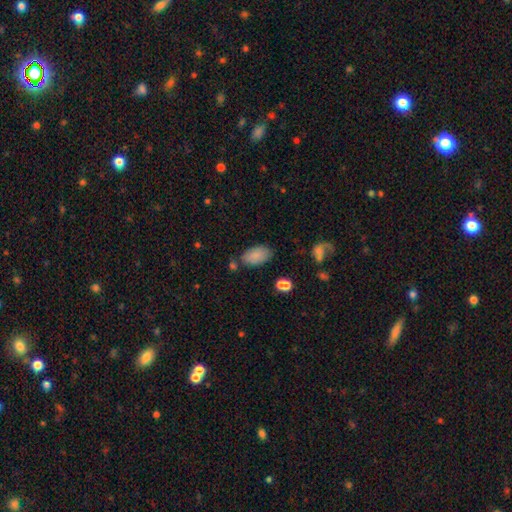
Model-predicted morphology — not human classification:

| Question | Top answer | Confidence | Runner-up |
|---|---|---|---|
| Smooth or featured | smooth | 86% | star or artifact (7%) |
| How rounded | in between | 94% | round (4%) |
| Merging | none | 74% | minor disturbance (16%) |